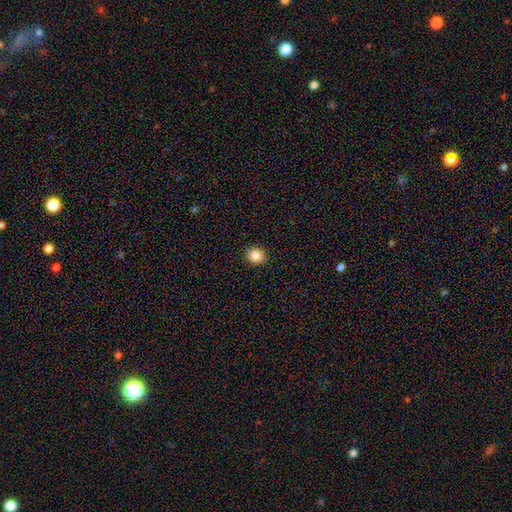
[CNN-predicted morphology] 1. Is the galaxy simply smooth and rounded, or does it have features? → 86% smooth, 10% star or artifact, 4% featured or disk.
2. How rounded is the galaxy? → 86% round, 13% in between, 1% cigar-shaped.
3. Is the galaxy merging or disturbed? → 92% none, 5% minor disturbance, 2% major disturbance, 1% merger.